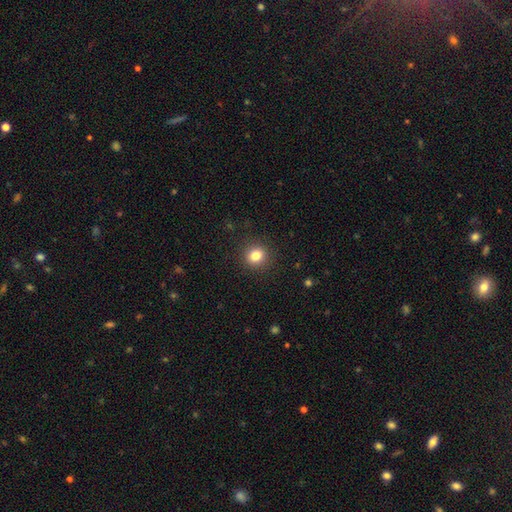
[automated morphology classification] smooth_or_featured: smooth (p=0.82) [alt: star or artifact p=0.12]
how_rounded: round (p=0.86) [alt: in between p=0.13]
merging: none (p=0.90) [alt: minor disturbance p=0.06]